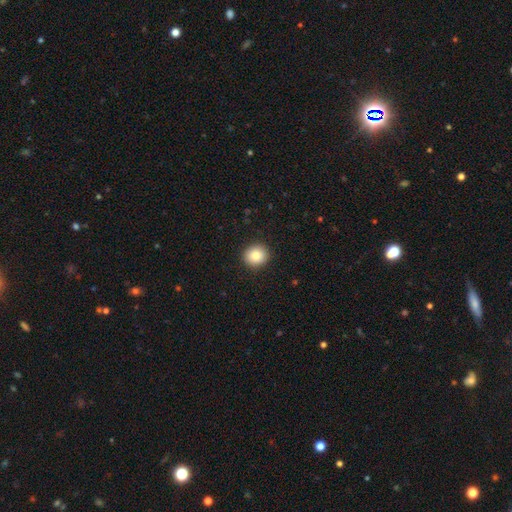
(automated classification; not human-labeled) Smooth or featured? smooth (85%)
How rounded? round (87%)
Merging? none (92%)